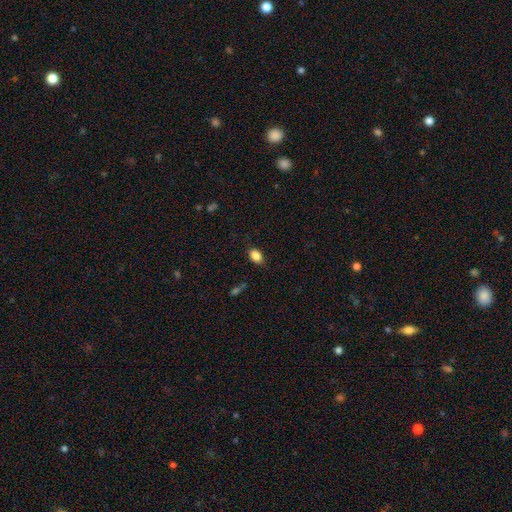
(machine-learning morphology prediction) Q: Smooth or featured?
A: smooth (86%); runner-up: star or artifact (9%)
Q: How rounded?
A: in between (83%); runner-up: round (15%)
Q: Merging?
A: none (84%); runner-up: minor disturbance (12%)